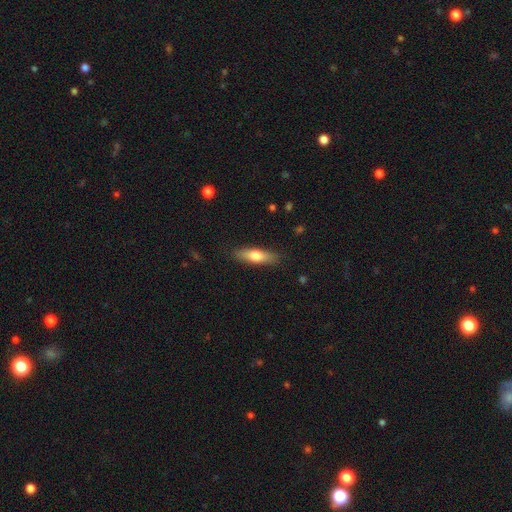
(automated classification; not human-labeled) Morphology: type=smooth (69%); roundness=cigar-shaped (59%); merging=none (87%).